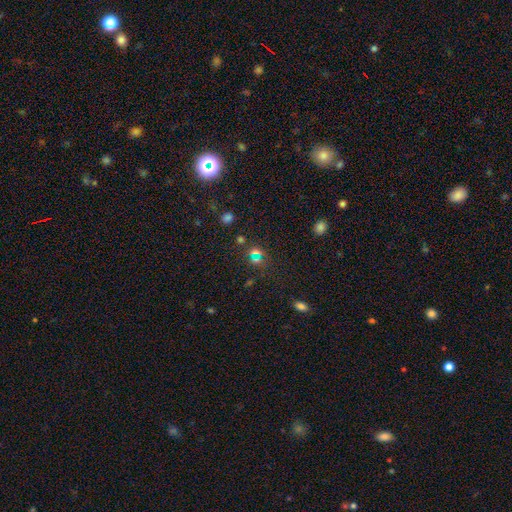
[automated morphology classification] Smooth or featured? Predicted: smooth (p=0.45). Merging? Predicted: none (p=0.53).